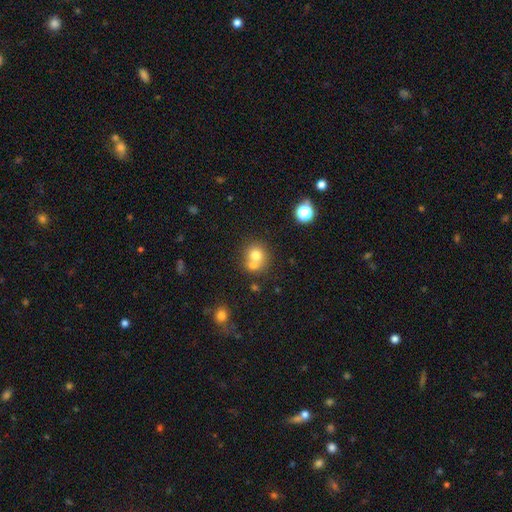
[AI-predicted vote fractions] A smooth galaxy with no disk features (72%) that is round (83%).

Vote fractions:
- Smooth or featured? smooth: 72% / featured or disk: 16% / star or artifact: 12%
- How rounded? round: 83% / in between: 16% / cigar-shaped: 1%
- Merging? merger: 46% / none: 44% / minor disturbance: 8% / major disturbance: 3%